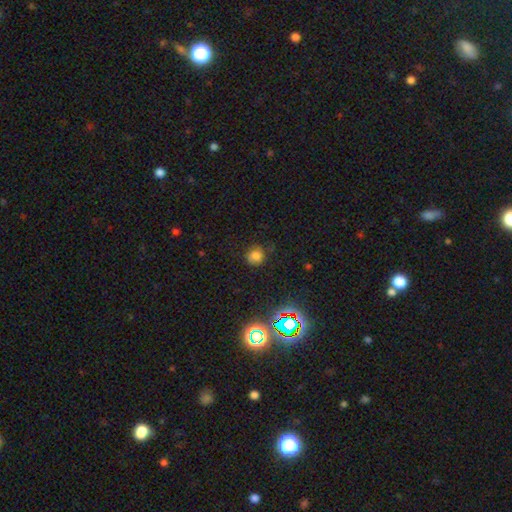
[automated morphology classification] Smooth or featured? smooth (71%)
How rounded? round (82%)
Merging? none (72%)